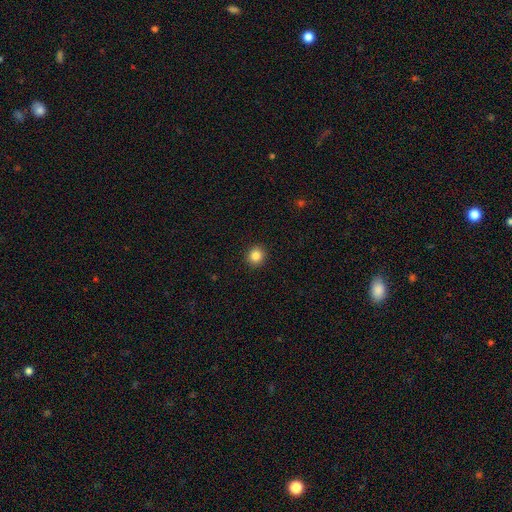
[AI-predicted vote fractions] The model was most divided on "smooth or featured": smooth: 85%, star or artifact: 11%, featured or disk: 5%. More confident: merging — none (93%); how rounded — round (92%).